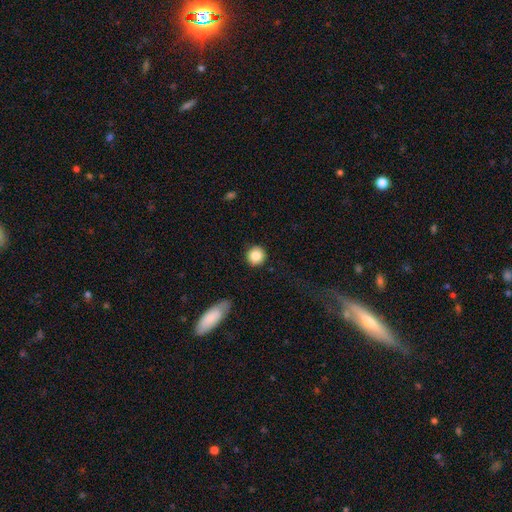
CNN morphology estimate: smooth-or-featured: smooth: 86% | star or artifact: 9% | featured or disk: 6%
  how-rounded: round: 93% | in between: 5% | cigar-shaped: 1%
  merging: none: 90% | minor disturbance: 7% | major disturbance: 2% | merger: 1%